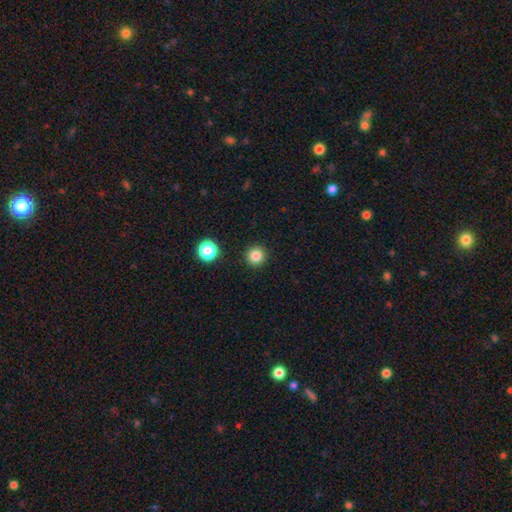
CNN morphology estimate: This is clearly a smooth galaxy (83%). How rounded: clearly round (95%). Merging: clearly none (92%).